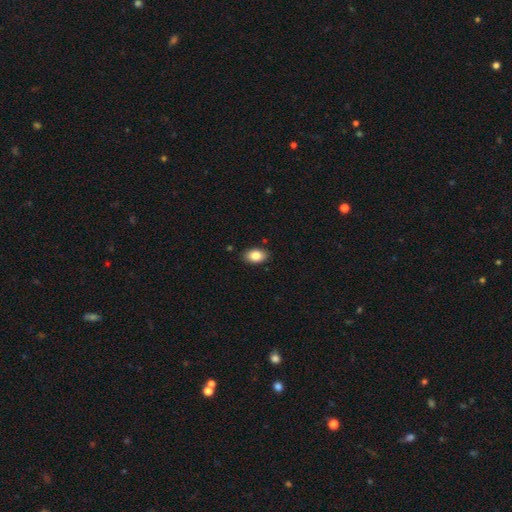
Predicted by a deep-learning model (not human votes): Smooth or featured?
  - smooth: 85% *
  - featured or disk: 8%
  - star or artifact: 7%
How rounded?
  - in between: 87% *
  - round: 12%
  - cigar-shaped: 1%
Merging?
  - none: 87% *
  - minor disturbance: 9%
  - major disturbance: 2%
  - merger: 1%